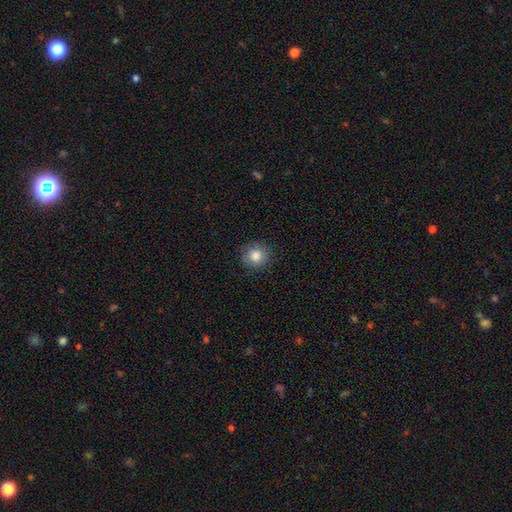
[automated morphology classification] smooth 83%, star or artifact 9%, featured or disk 8%. Down the decision tree: how rounded — round (88%); merging — none (87%).